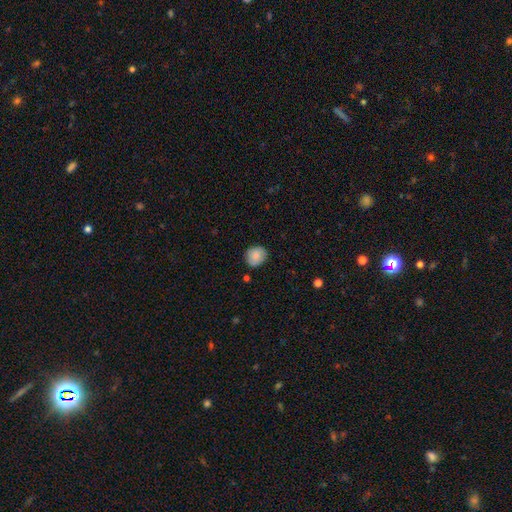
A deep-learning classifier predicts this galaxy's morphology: smooth-or-featured: smooth: 82% | featured or disk: 11% | star or artifact: 7%
  how-rounded: round: 80% | in between: 19% | cigar-shaped: 1%
  merging: none: 80% | minor disturbance: 15% | major disturbance: 3% | merger: 2%